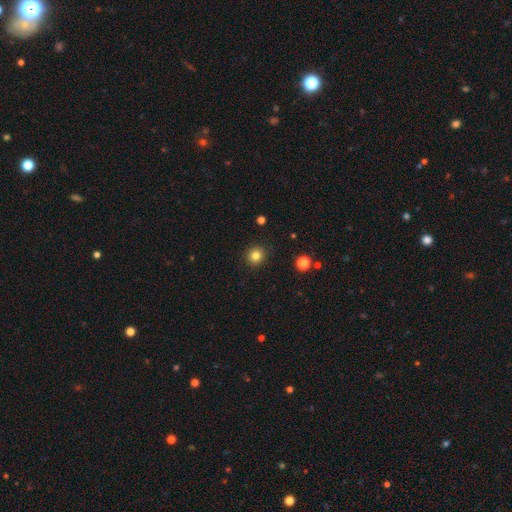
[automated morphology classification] Smooth or featured? Predicted: smooth (p=0.83). How rounded? Predicted: round (p=0.90). Merging? Predicted: none (p=0.91).